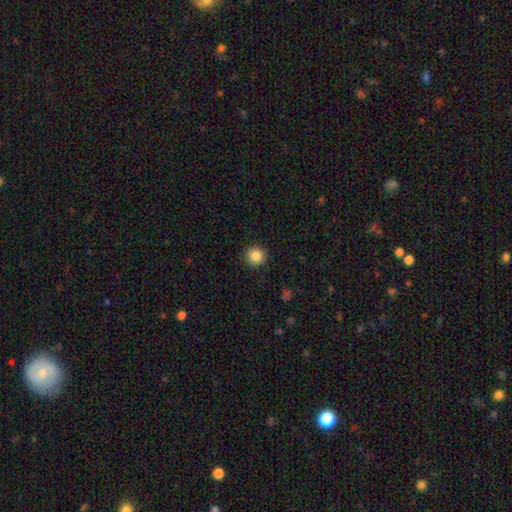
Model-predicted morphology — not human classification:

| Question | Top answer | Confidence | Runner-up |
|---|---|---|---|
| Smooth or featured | smooth | 86% | star or artifact (10%) |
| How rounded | round | 94% | in between (5%) |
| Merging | none | 92% | minor disturbance (5%) |